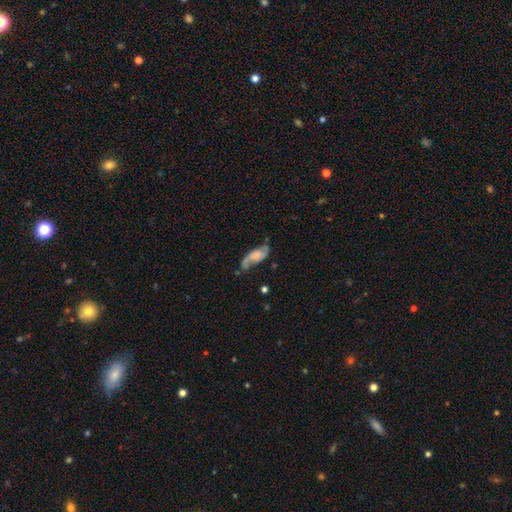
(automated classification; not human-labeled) smooth-or-featured: featured or disk: 60% | smooth: 32% | star or artifact: 8%
  disk-edge-on: no: 90% | yes: 10%
    bar: no: 63% | weak: 29% | strong: 8%
    has-spiral-arms: yes: 87% | no: 13%
    bulge-size: none: 39% | small: 25% | moderate: 20% | large: 14% | dominant: 3%
  merging: none: 47% | minor disturbance: 27% | major disturbance: 19% | merger: 7%